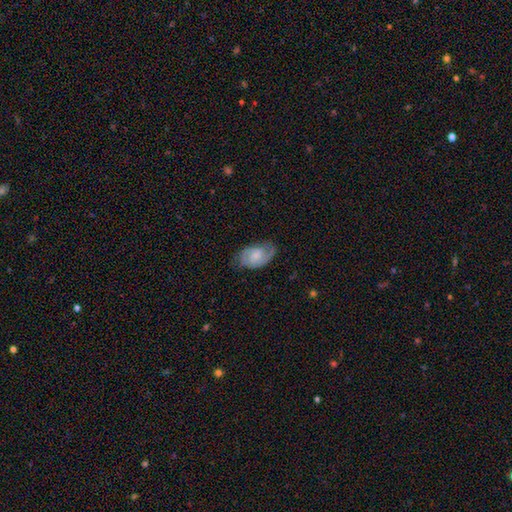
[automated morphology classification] Smooth or featured? featured or disk (65%)
Edge-on disk? no (96%)
Bar? no (54%)
Spiral arms? yes (92%)
Spiral winding? medium (46%)
Spiral arm count? 2 (78%)
Bulge size? small (44%)
Merging? none (68%)